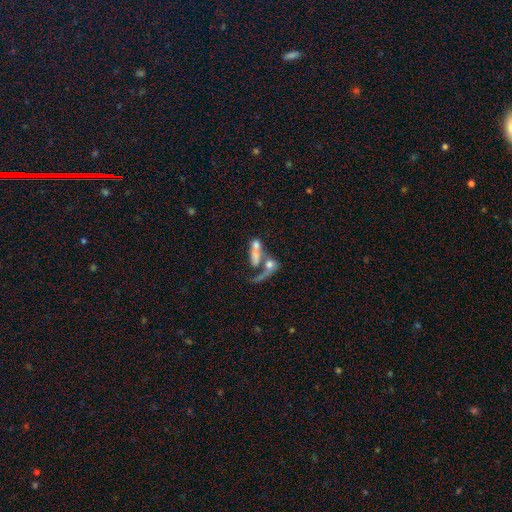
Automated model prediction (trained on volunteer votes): Smooth or featured? smooth (45%)
Merging? merger (59%)